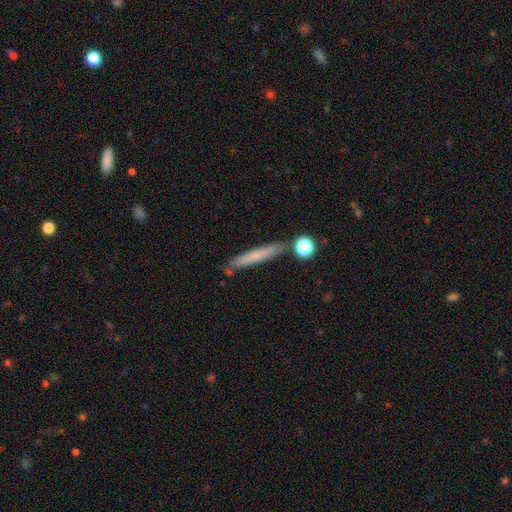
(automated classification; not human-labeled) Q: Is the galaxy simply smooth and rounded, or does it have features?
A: smooth — 65%.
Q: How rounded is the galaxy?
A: cigar-shaped — 94%.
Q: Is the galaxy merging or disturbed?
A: none — 78%.